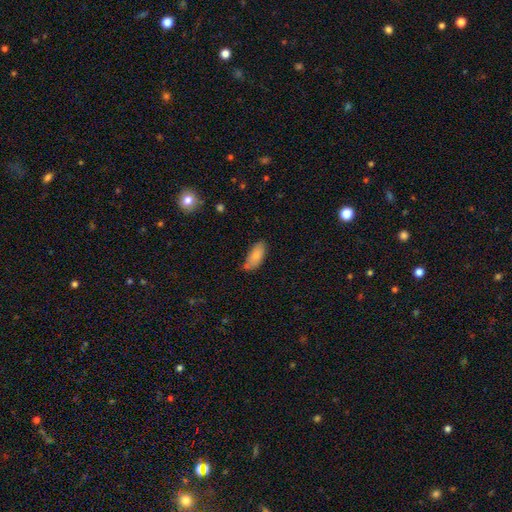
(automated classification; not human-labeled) This appears to be a smooth galaxy with no disk features (81%) that is in between round and cigar-shaped (89%). Merging: none (60%).